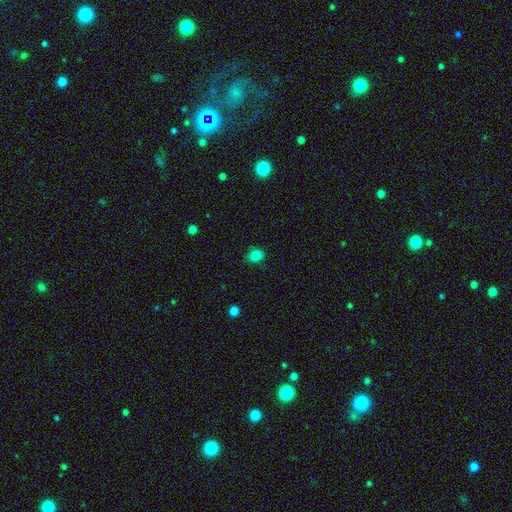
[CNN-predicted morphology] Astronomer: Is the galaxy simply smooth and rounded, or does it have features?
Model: smooth — 84%.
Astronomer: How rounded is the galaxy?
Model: in between — 50% (runner-up: round, 49%).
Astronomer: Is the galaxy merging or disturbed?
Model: none — 84%.